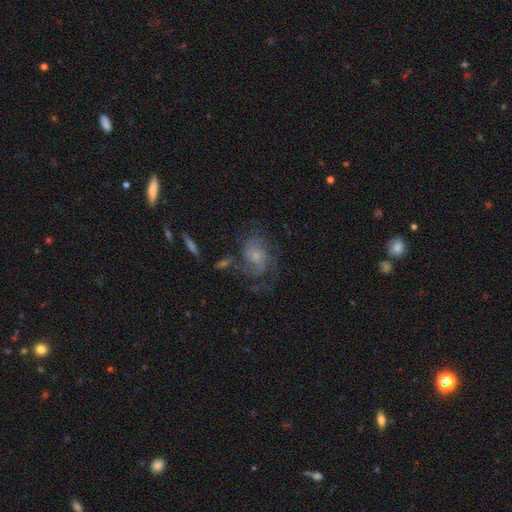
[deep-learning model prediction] Smooth or featured?
  - featured or disk: 72% *
  - smooth: 19%
  - star or artifact: 10%
Edge-on disk?
  - no: 97% *
  - yes: 3%
Bar?
  - no: 70% *
  - weak: 26%
  - strong: 4%
Spiral arms?
  - yes: 87% *
  - no: 13%
Spiral winding?
  - medium: 45% *
  - tight: 33%
  - loose: 22%
Spiral arm count?
  - 2: 40% *
  - can't tell: 30%
  - 3: 15%
  - 1: 7%
  - 4: 5%
  - more than 4: 4%
Bulge size?
  - small: 56% *
  - moderate: 33%
  - none: 6%
  - large: 4%
  - dominant: 1%
Merging?
  - none: 52% *
  - major disturbance: 22%
  - minor disturbance: 20%
  - merger: 5%